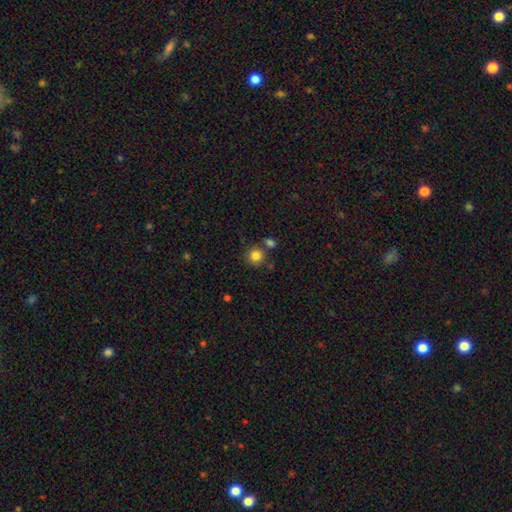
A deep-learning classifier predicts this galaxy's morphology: smooth-or-featured: smooth: 83% | star or artifact: 11% | featured or disk: 6%
  how-rounded: round: 90% | in between: 9% | cigar-shaped: 1%
  merging: none: 73% | merger: 14% | minor disturbance: 10% | major disturbance: 3%